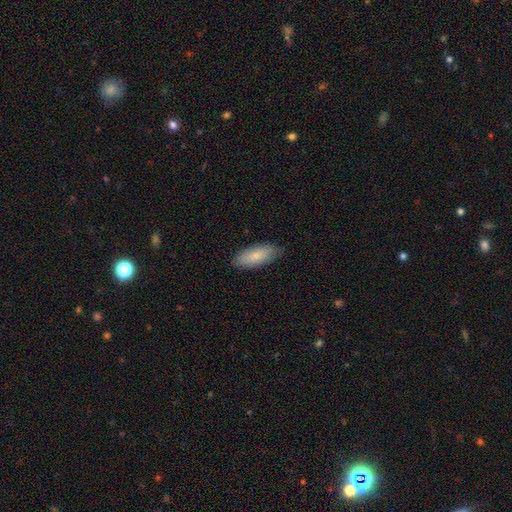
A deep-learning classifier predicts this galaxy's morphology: type=smooth (83%); roundness=in between (79%); merging=none (84%).